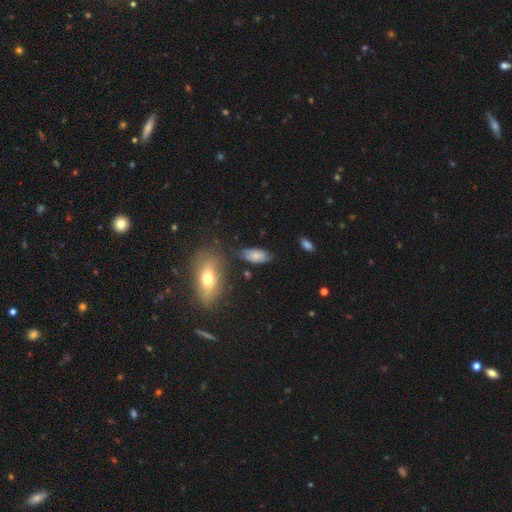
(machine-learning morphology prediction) Smooth or featured: smooth — 70% (featured or disk — 21%)
How rounded: in between — 88% (cigar-shaped — 8%)
Merging: none — 68% (minor disturbance — 22%)